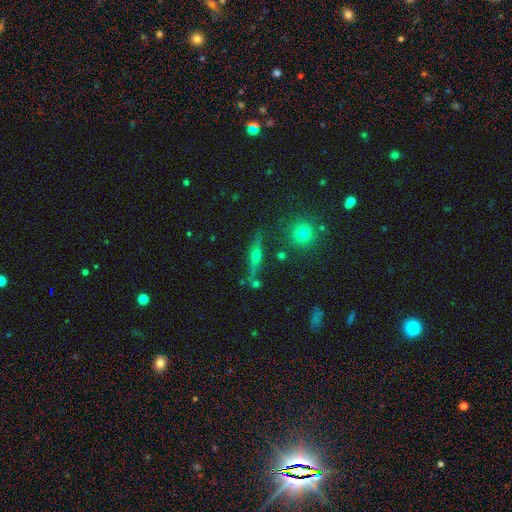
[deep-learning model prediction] Smooth or featured? Predicted: featured or disk (p=0.65). Edge-on disk? Predicted: yes (p=0.93). Edge-on bulge? Predicted: rounded (p=0.90). Merging? Predicted: none (p=0.79).